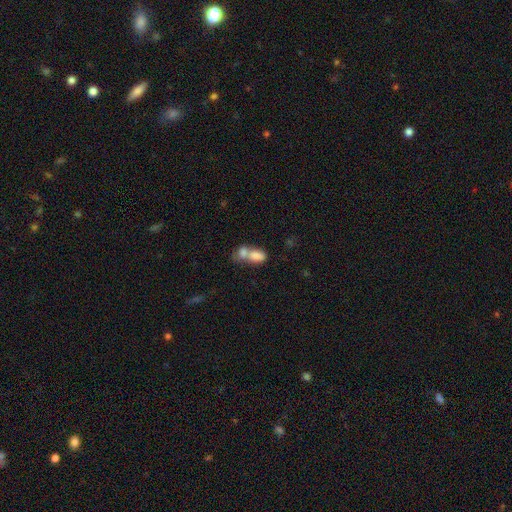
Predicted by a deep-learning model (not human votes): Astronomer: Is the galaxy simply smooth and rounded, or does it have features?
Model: smooth — 78%.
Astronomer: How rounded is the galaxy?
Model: in between — 85%.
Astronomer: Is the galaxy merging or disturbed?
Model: merger — 72%.